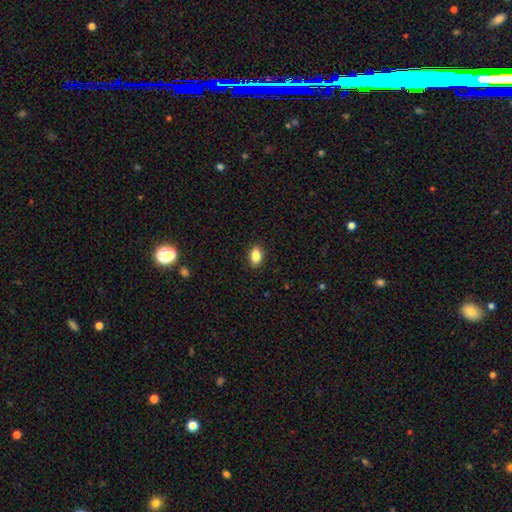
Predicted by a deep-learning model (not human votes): Overall: smooth (85%). How rounded: in between (88%). Merging: none (89%).